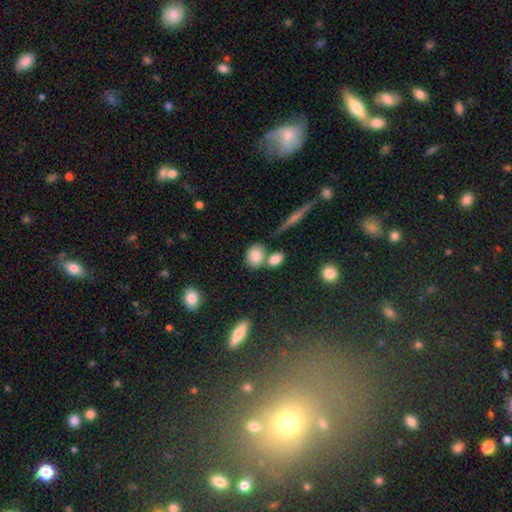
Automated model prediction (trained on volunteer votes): Smooth or featured: smooth — 82% (star or artifact — 9%)
How rounded: in between — 54% (round — 44%)
Merging: none — 58% (merger — 26%)